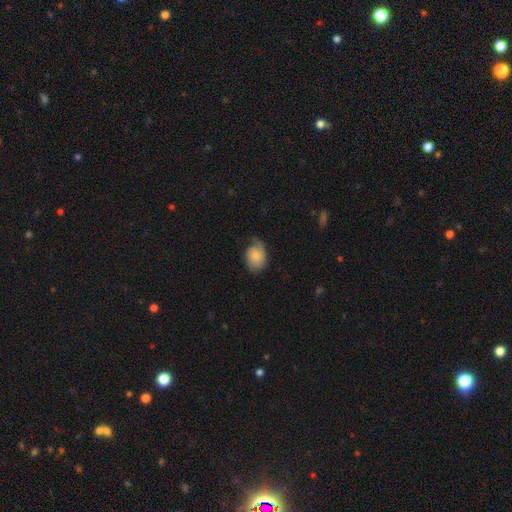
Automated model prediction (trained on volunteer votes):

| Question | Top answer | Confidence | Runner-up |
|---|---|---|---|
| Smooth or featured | smooth | 69% | featured or disk (24%) |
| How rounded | in between | 71% | round (28%) |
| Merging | none | 48% | minor disturbance (35%) |